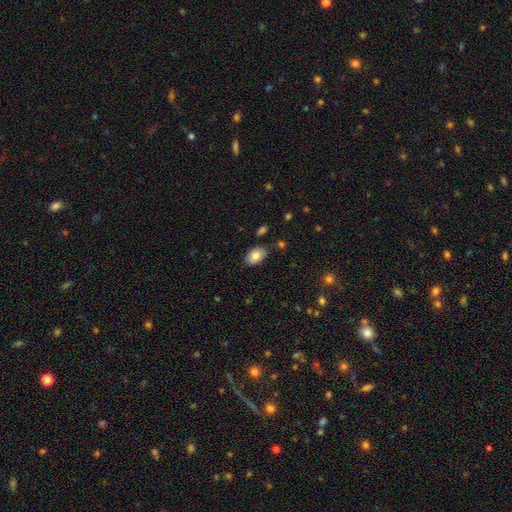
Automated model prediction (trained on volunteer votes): Smooth or featured?
  - smooth: 81% *
  - featured or disk: 12%
  - star or artifact: 7%
How rounded?
  - in between: 90% *
  - round: 9%
  - cigar-shaped: 1%
Merging?
  - none: 83% *
  - minor disturbance: 12%
  - merger: 3%
  - major disturbance: 2%